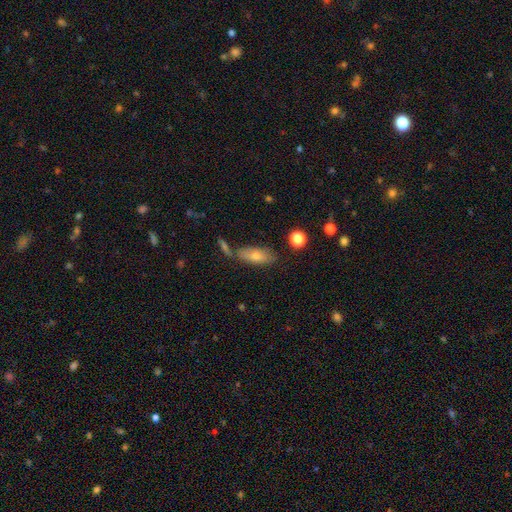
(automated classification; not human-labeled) Overall: smooth (69%). How rounded: in between (74%). Merging: none (68%).